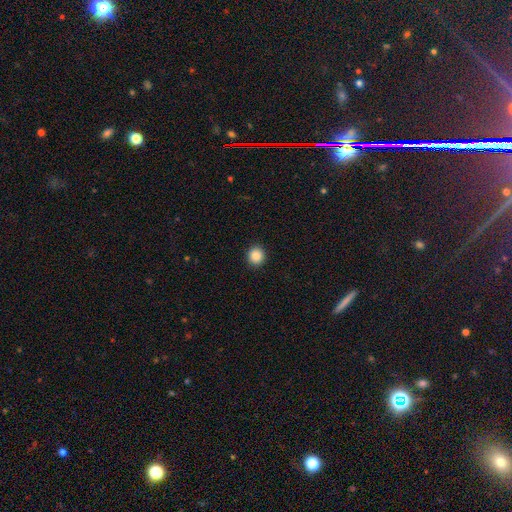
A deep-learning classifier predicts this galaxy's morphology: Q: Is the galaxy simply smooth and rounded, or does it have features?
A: smooth — 87%.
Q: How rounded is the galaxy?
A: round — 89%.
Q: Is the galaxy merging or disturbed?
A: none — 92%.